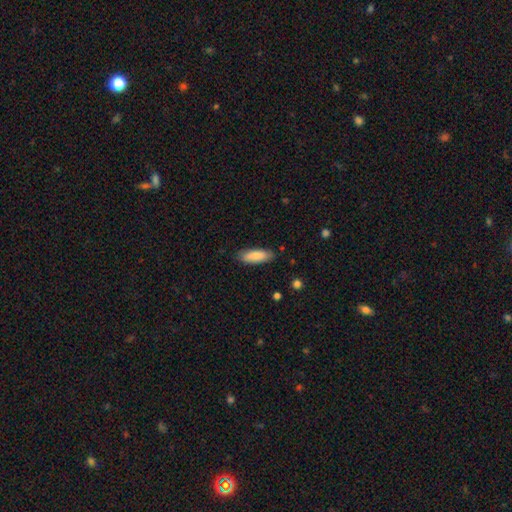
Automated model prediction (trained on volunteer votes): Overall: smooth (85%). How rounded: in between (61%; cigar-shaped 37%). Merging: none (85%).